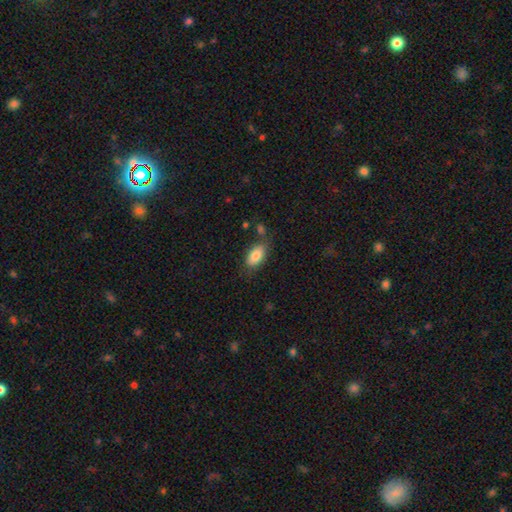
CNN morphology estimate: type=smooth (83%); roundness=in between (92%); merging=none (70%).